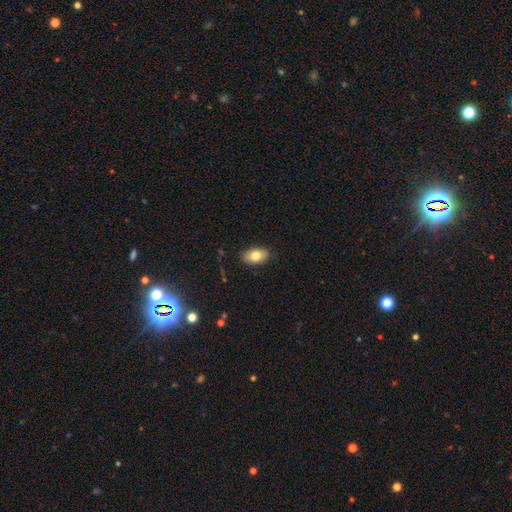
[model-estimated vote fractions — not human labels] The model was most divided on "smooth or featured": smooth: 79%, featured or disk: 13%, star or artifact: 8%. More confident: how rounded — in between (91%); merging — none (86%).